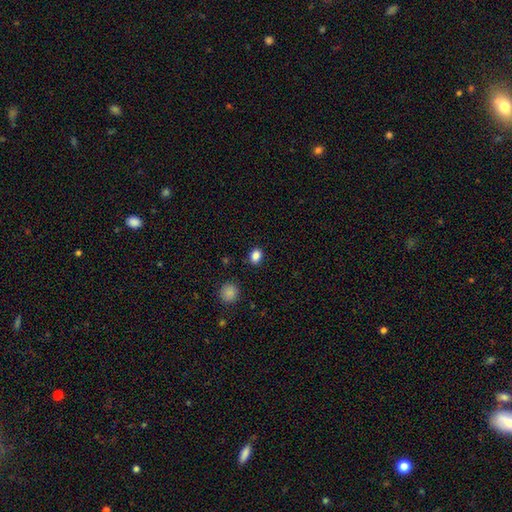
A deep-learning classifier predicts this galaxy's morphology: Overall: smooth (86%). How rounded: in between (58%; round 41%). Merging: none (87%).